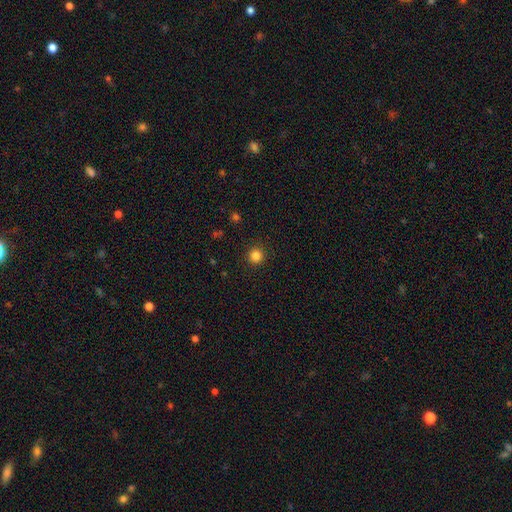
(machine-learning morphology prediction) Smooth or featured? smooth (84%)
How rounded? round (95%)
Merging? none (92%)